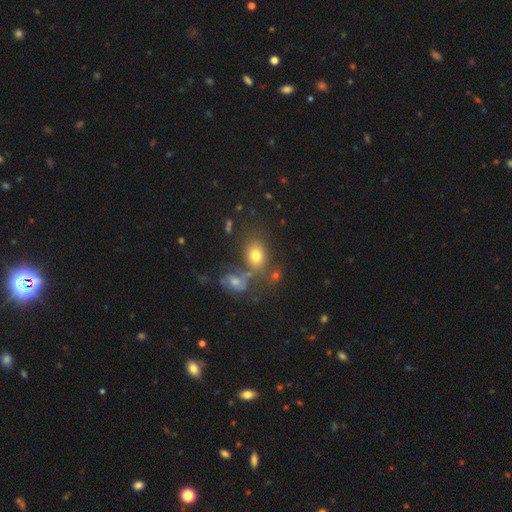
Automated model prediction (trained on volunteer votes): Morphology: type=smooth (72%); roundness=in between (68%); merging=none (57%).